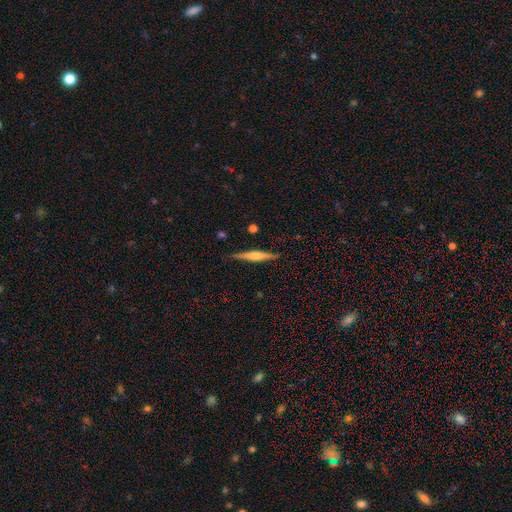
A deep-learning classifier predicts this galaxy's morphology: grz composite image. It shows a featured or disk galaxy (60%) viewed edge-on (97%) with a rounded central bulge (72%). Merging: none (87%).